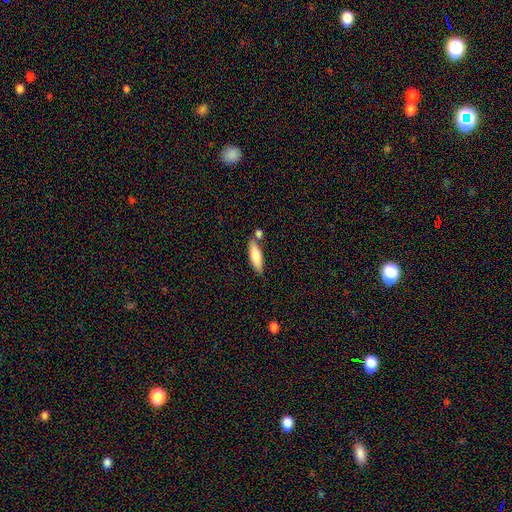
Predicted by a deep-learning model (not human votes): Q: Smooth or featured?
A: smooth (78%); runner-up: featured or disk (16%)
Q: How rounded?
A: cigar-shaped (59%); runner-up: in between (40%)
Q: Merging?
A: none (68%); runner-up: merger (15%)